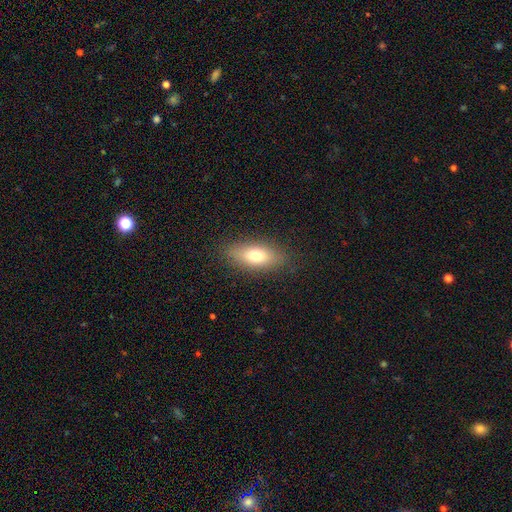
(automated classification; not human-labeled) smooth-or-featured: smooth: 73% | featured or disk: 18% | star or artifact: 9%
  how-rounded: in between: 79% | cigar-shaped: 16% | round: 6%
  merging: none: 85% | minor disturbance: 10% | major disturbance: 3% | merger: 1%